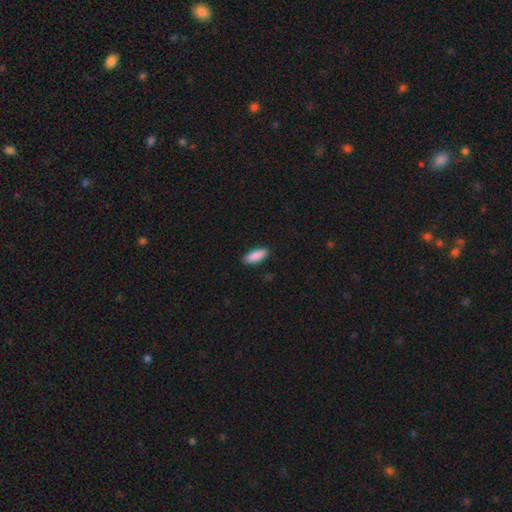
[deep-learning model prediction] smooth 90%, star or artifact 6%, featured or disk 4%. Down the decision tree: how rounded — in between (73%); merging — none (88%).